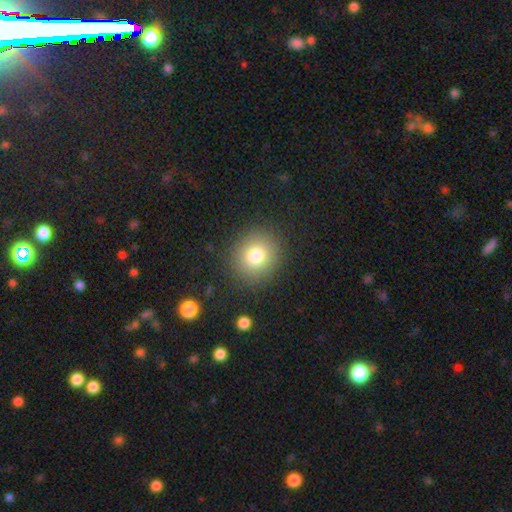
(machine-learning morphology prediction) Q: Smooth or featured?
A: smooth (78%); runner-up: star or artifact (12%)
Q: How rounded?
A: round (86%); runner-up: in between (13%)
Q: Merging?
A: none (88%); runner-up: minor disturbance (7%)